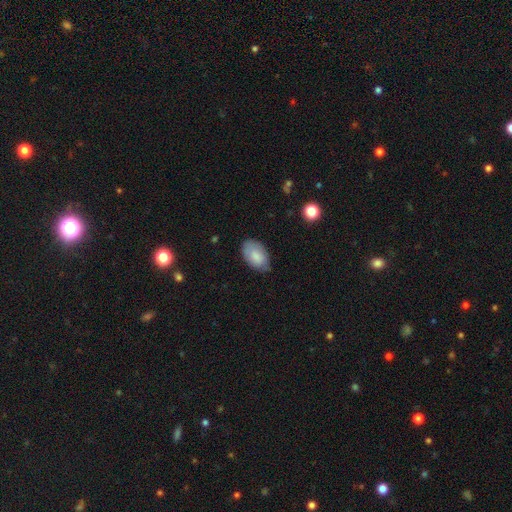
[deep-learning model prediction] Morphology: type=smooth (80%); roundness=in between (93%); merging=none (71%).